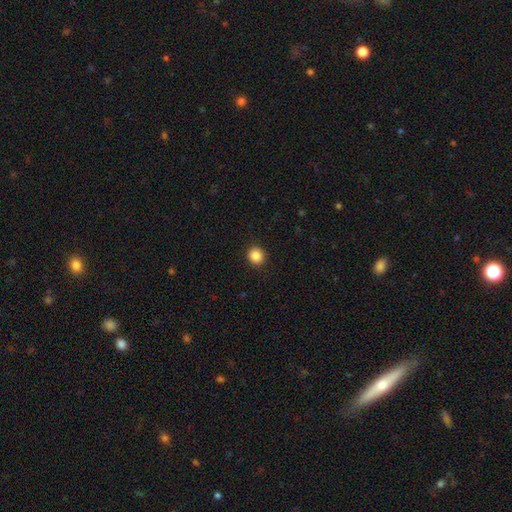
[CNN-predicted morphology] Smooth or featured? Predicted: smooth (p=0.87). How rounded? Predicted: round (p=0.88). Merging? Predicted: none (p=0.92).